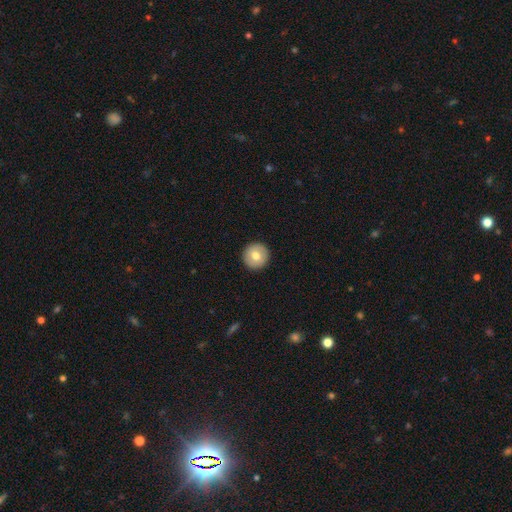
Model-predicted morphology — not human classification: type=smooth (71%); roundness=round (96%); merging=none (93%).